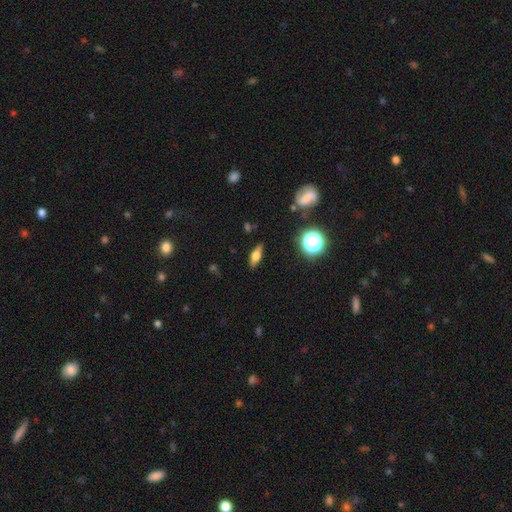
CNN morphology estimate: Smooth or featured? smooth (54%)
How rounded? in between (60%)
Merging? none (86%)